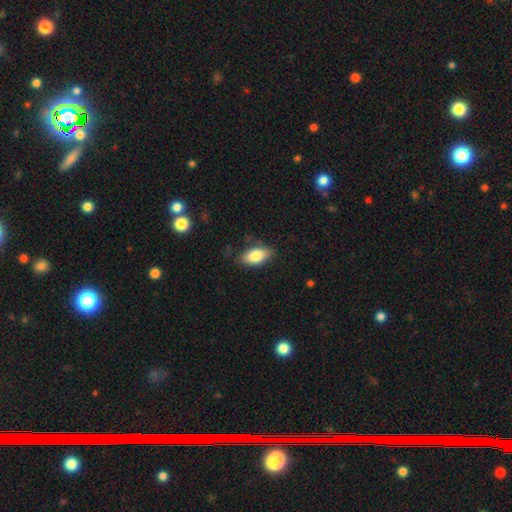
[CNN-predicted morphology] This appears to be a smooth galaxy with no disk features (83%) that is in between round and cigar-shaped (91%). Merging: none (76%).